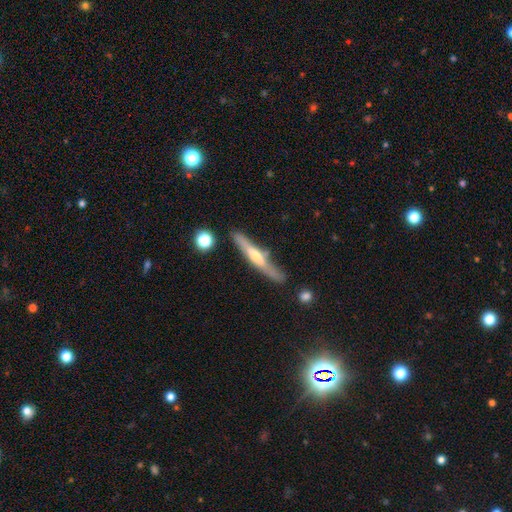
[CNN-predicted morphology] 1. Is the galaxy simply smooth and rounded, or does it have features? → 63% featured or disk, 31% smooth, 6% star or artifact.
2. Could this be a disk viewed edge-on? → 92% yes, 8% no.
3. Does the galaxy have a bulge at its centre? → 76% rounded, 16% none, 8% boxy.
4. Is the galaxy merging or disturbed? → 75% none, 16% minor disturbance, 6% merger, 4% major disturbance.